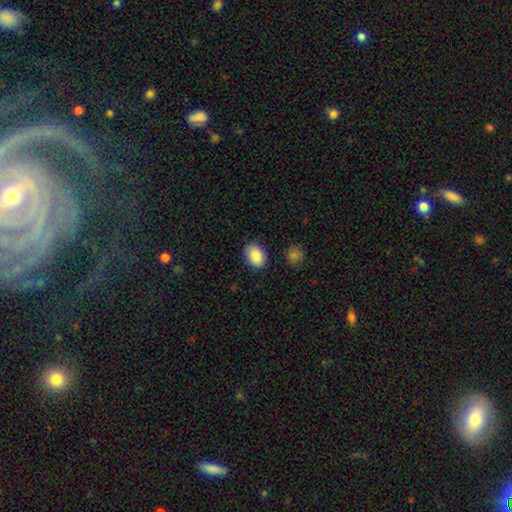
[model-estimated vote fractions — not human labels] smooth_or_featured: smooth (p=0.89) [alt: star or artifact p=0.07]
how_rounded: in between (p=0.76) [alt: round p=0.23]
merging: none (p=0.85) [alt: minor disturbance p=0.11]